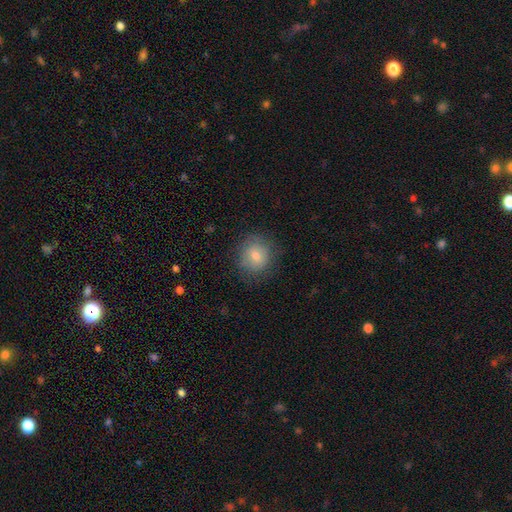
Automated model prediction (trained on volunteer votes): Overall: smooth (77%). How rounded: round (84%). Merging: none (80%).